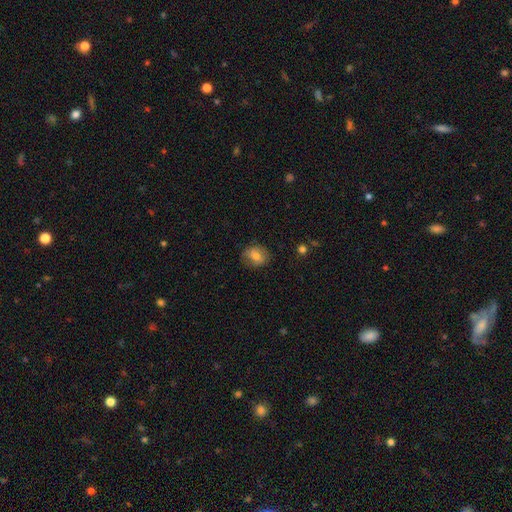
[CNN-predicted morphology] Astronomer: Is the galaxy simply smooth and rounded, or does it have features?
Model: smooth — 70%.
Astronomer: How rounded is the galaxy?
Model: round — 56% (runner-up: in between, 43%).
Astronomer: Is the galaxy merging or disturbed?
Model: none — 75%.